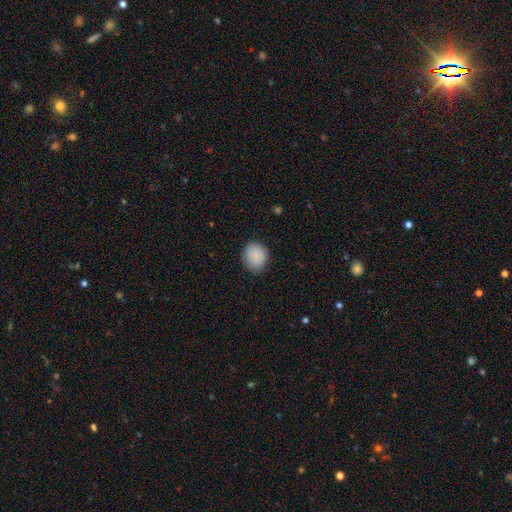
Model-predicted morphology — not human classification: Smooth or featured? smooth (88%)
How rounded? round (67%)
Merging? none (82%)